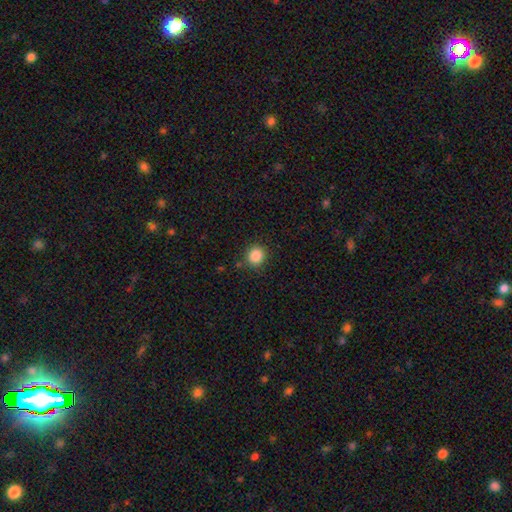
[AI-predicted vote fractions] Morphology: type=smooth (86%); roundness=round (86%); merging=none (86%).